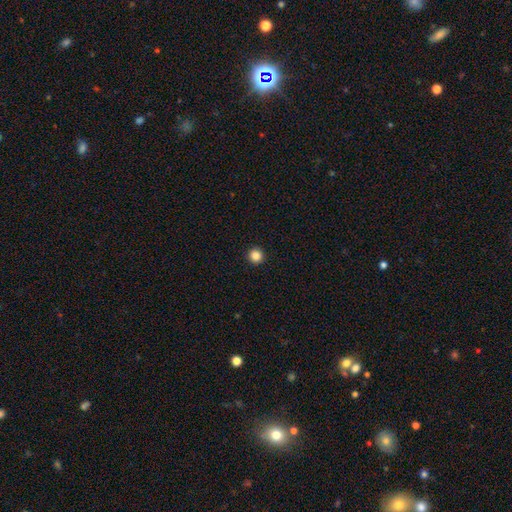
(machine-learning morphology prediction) Smooth or featured? Predicted: smooth (p=0.85). How rounded? Predicted: round (p=0.96). Merging? Predicted: none (p=0.94).